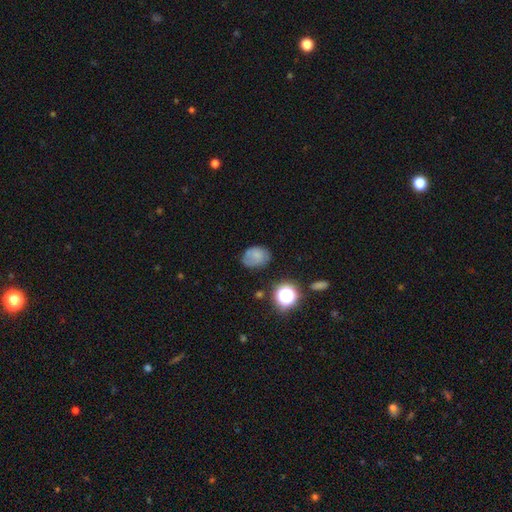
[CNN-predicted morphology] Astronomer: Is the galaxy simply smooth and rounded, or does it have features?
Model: smooth — 70%.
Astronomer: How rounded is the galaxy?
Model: in between — 63%.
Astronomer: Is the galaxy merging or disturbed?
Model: none — 63%.